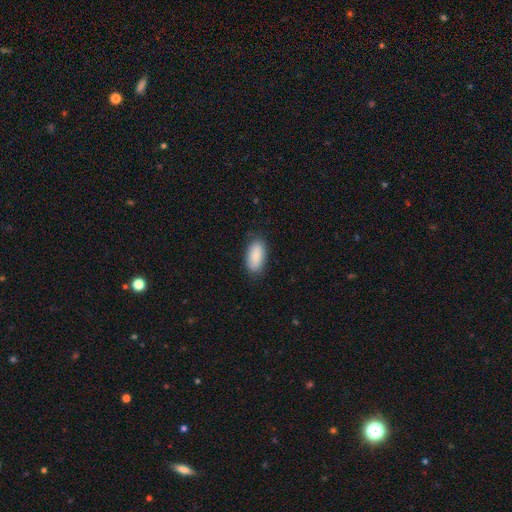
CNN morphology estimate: Q: Smooth or featured?
A: smooth (89%); runner-up: star or artifact (6%)
Q: How rounded?
A: in between (92%); runner-up: cigar-shaped (5%)
Q: Merging?
A: none (83%); runner-up: minor disturbance (13%)